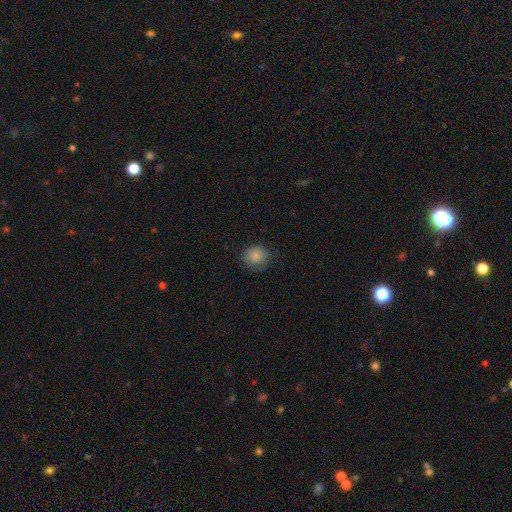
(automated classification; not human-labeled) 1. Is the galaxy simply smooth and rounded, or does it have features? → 84% smooth, 9% star or artifact, 7% featured or disk.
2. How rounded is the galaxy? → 80% round, 19% in between, 1% cigar-shaped.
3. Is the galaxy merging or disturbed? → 74% none, 19% minor disturbance, 6% major disturbance, 1% merger.